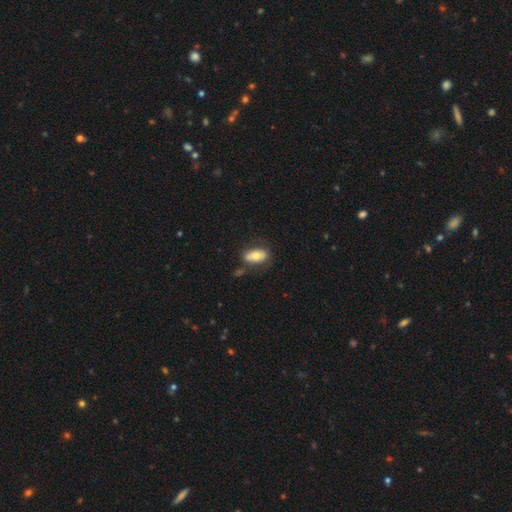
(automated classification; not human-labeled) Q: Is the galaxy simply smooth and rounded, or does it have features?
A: smooth — 68%.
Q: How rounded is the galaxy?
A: in between — 89%.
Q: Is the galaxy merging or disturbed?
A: none — 65%.